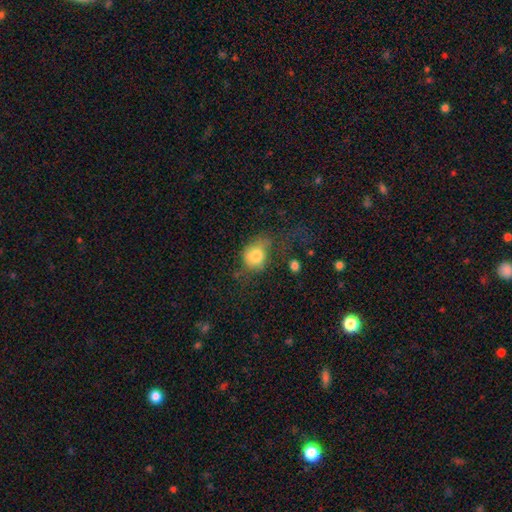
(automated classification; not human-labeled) A smooth galaxy with no disk features (77%) that is round (53%). Merging: major disturbance (36%).